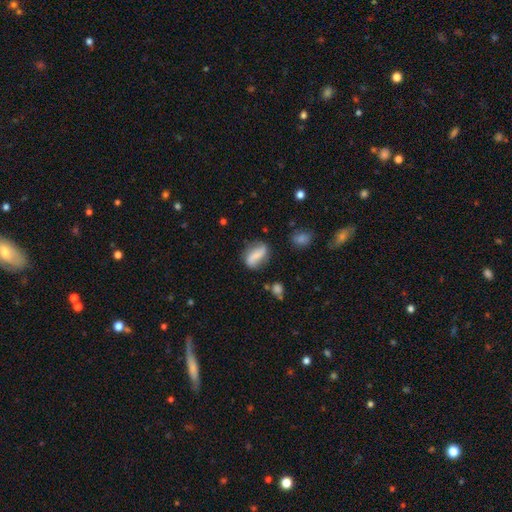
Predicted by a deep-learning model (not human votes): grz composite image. It shows a smooth galaxy with no disk features (52%) that is in between round and cigar-shaped (75%). Merging: none (68%).